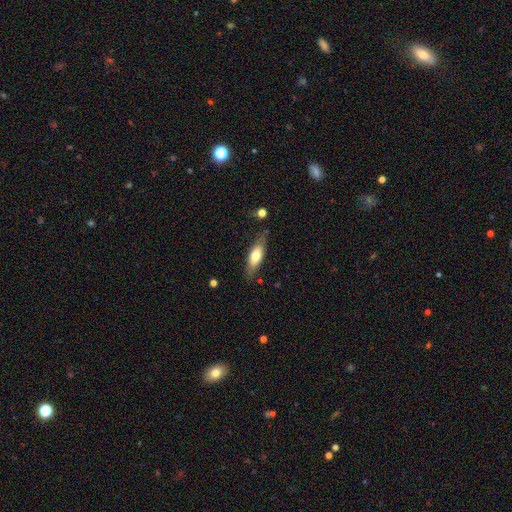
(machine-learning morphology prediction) A smooth galaxy with no disk features (64%) that is in between round and cigar-shaped (65%). Merging: none (74%).